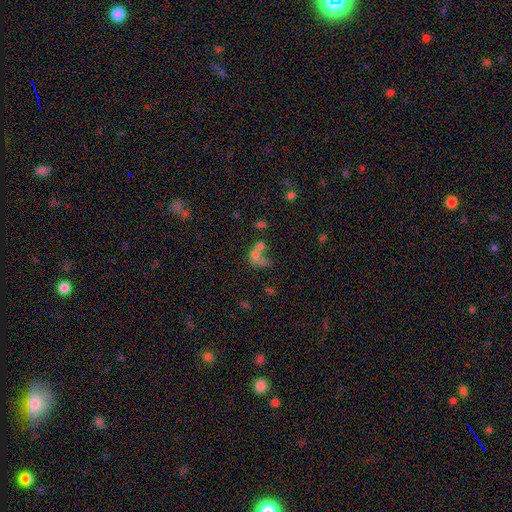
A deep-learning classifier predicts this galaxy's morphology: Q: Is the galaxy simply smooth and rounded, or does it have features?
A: smooth — 57%.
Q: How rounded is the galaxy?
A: in between — 54%.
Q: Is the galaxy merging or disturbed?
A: merger — 63%.